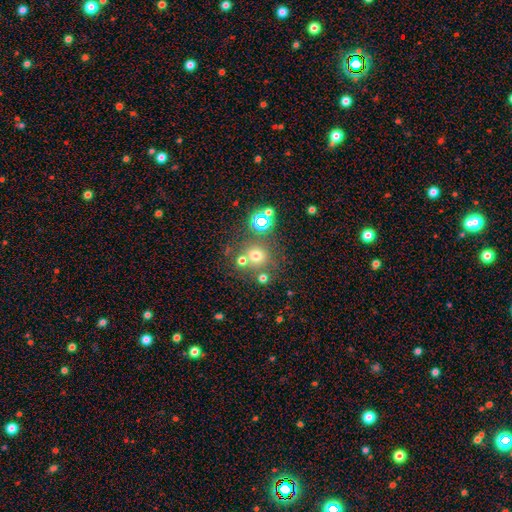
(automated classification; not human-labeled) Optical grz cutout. It shows a smooth galaxy with no disk features (64%) that is round (89%). Merging: none (67%).